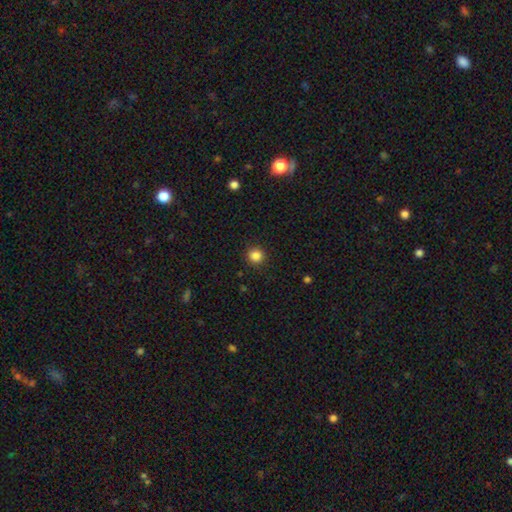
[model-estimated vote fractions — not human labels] smooth-or-featured: smooth: 85% | star or artifact: 12% | featured or disk: 4%
  how-rounded: round: 94% | in between: 5% | cigar-shaped: 1%
  merging: none: 92% | minor disturbance: 5% | major disturbance: 2% | merger: 1%